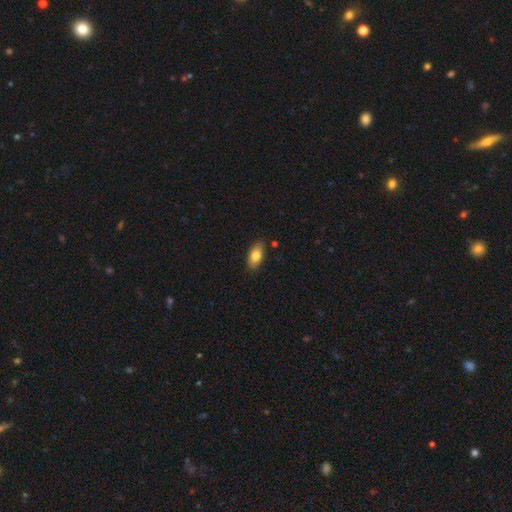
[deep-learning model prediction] Overall: smooth (77%). How rounded: in between (88%). Merging: none (85%).